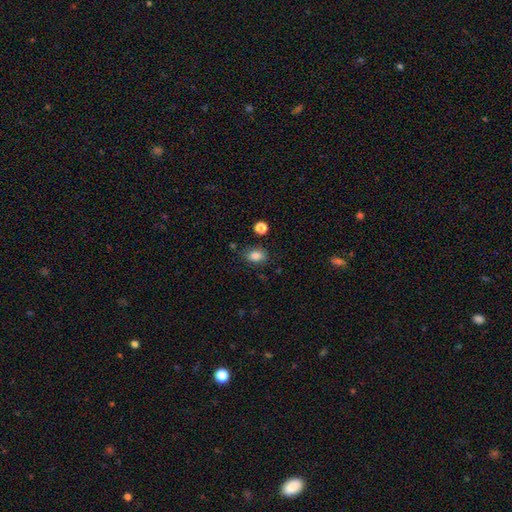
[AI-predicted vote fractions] Morphology: type=smooth (85%); roundness=in between (74%); merging=none (75%).